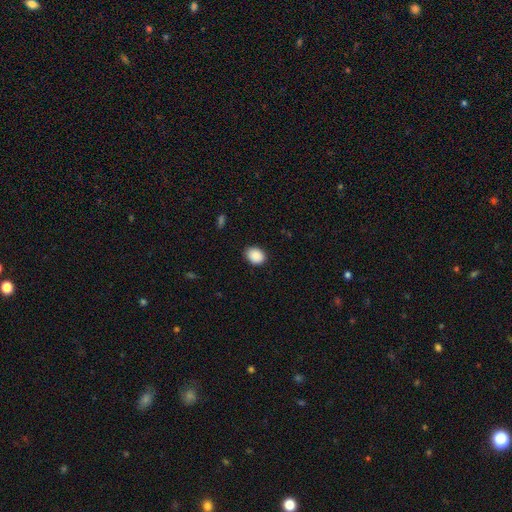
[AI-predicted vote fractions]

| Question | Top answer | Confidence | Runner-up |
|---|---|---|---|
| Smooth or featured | smooth | 90% | star or artifact (7%) |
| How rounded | in between | 59% | round (41%) |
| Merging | none | 87% | minor disturbance (10%) |